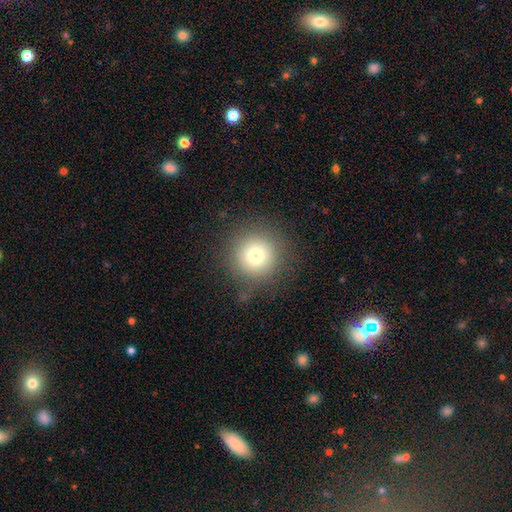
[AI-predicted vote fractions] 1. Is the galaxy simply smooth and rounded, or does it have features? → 75% smooth, 14% star or artifact, 11% featured or disk.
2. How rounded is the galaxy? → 95% round, 4% in between, 1% cigar-shaped.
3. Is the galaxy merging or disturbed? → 83% none, 10% minor disturbance, 5% major disturbance, 2% merger.